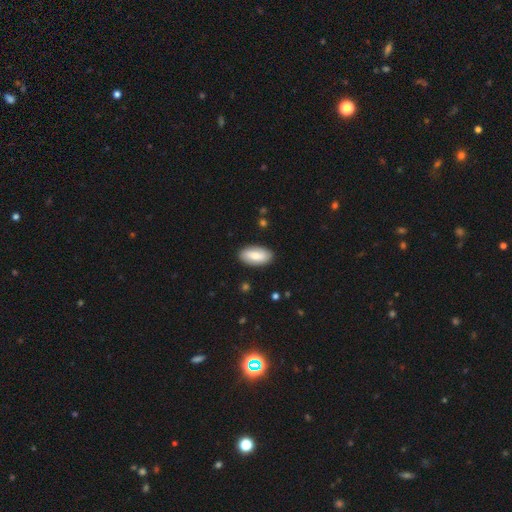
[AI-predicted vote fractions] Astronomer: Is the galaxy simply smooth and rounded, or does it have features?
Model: smooth — 74%.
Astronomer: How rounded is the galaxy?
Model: in between — 93%.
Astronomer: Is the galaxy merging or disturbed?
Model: none — 88%.